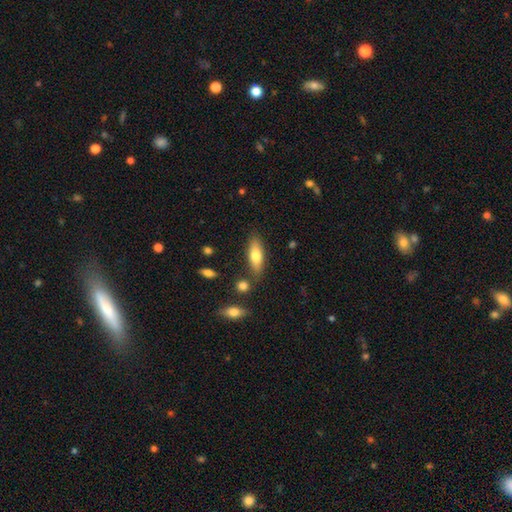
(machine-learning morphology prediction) This appears to be a smooth galaxy with no disk features (70%) that is in between round and cigar-shaped (60%). Merging: none (79%).